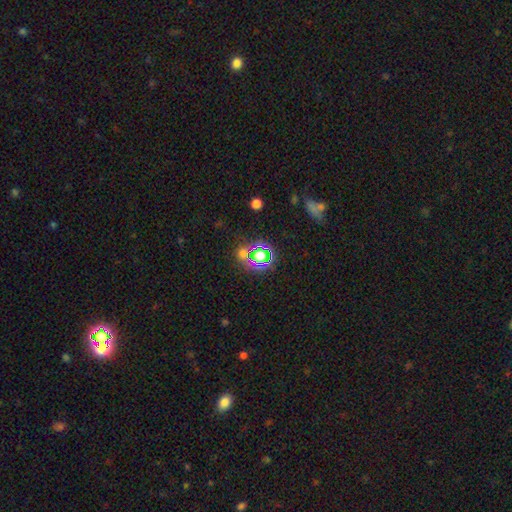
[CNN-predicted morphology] Smooth or featured? star or artifact (55%)